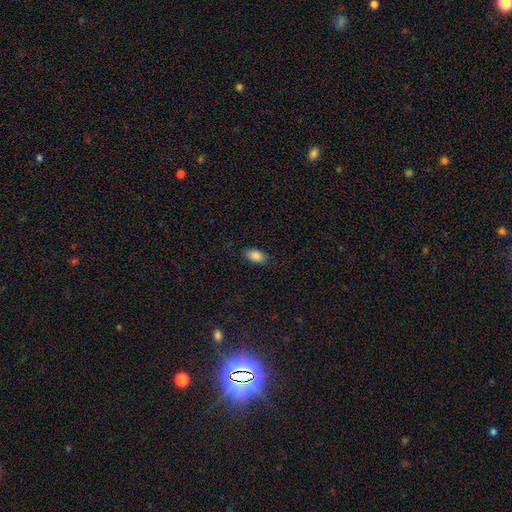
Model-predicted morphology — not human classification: Smooth or featured?
  - smooth: 85% *
  - star or artifact: 8%
  - featured or disk: 7%
How rounded?
  - in between: 93% *
  - round: 4%
  - cigar-shaped: 3%
Merging?
  - none: 85% *
  - minor disturbance: 12%
  - major disturbance: 2%
  - merger: 1%